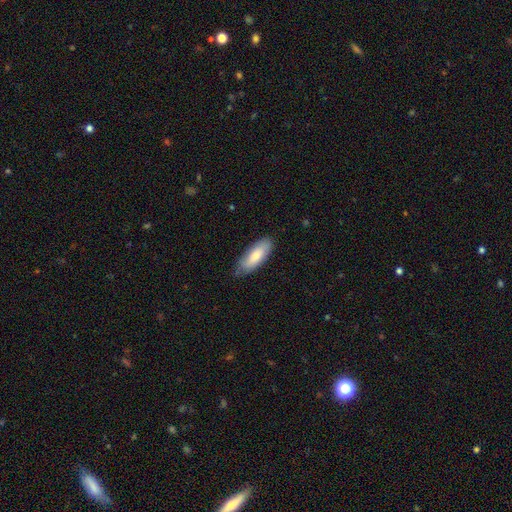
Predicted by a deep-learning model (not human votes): smooth-or-featured: smooth: 78% | featured or disk: 17% | star or artifact: 5%
  how-rounded: in between: 69% | cigar-shaped: 30% | round: 2%
  merging: none: 79% | minor disturbance: 17% | major disturbance: 3% | merger: 1%